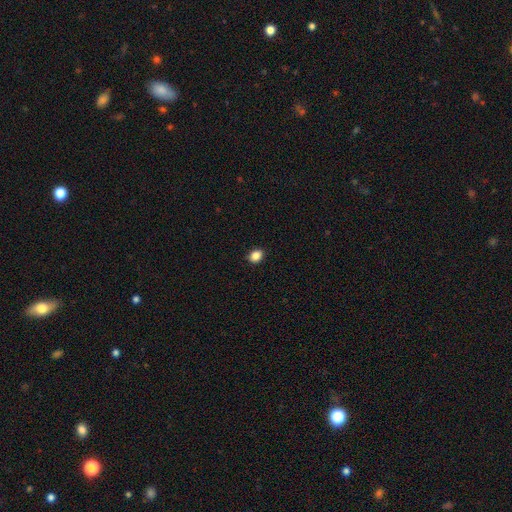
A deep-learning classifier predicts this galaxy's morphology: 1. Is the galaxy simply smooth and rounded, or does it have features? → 87% smooth, 9% star or artifact, 3% featured or disk.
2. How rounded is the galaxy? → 56% in between, 43% round, 1% cigar-shaped.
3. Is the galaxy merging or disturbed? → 90% none, 7% minor disturbance, 2% major disturbance, 1% merger.